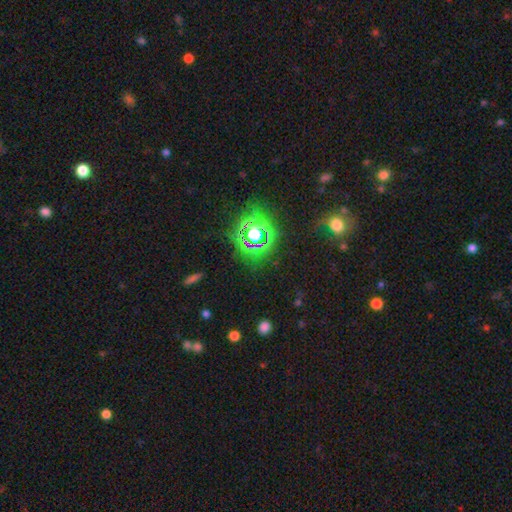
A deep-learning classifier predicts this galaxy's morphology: Q: Smooth or featured?
A: star or artifact (76%); runner-up: smooth (16%)